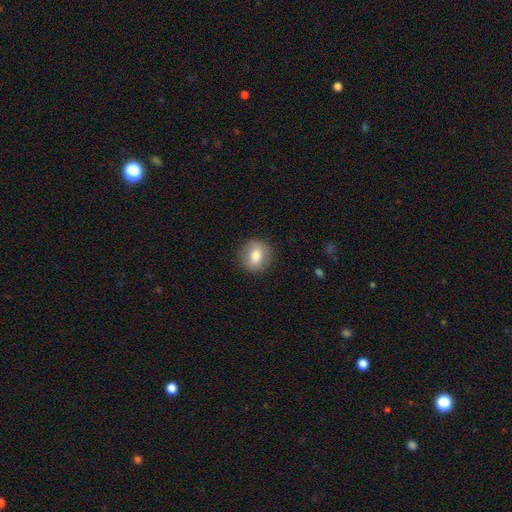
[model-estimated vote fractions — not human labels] smooth_or_featured: smooth (p=0.73) [alt: featured or disk p=0.18]
how_rounded: round (p=0.86) [alt: in between p=0.13]
merging: none (p=0.88) [alt: minor disturbance p=0.08]